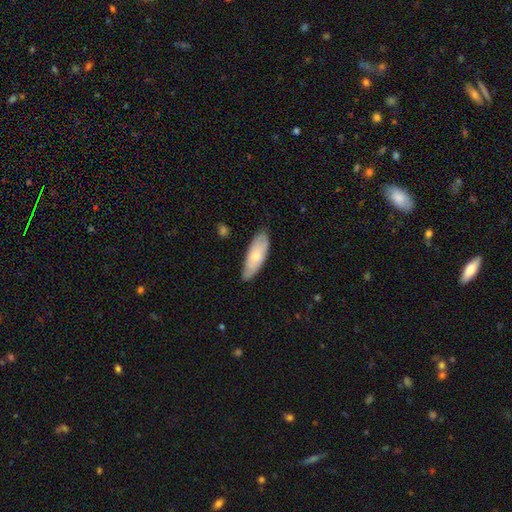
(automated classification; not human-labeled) Smooth or featured?
  - smooth: 67% *
  - featured or disk: 28%
  - star or artifact: 5%
How rounded?
  - in between: 71% *
  - cigar-shaped: 27%
  - round: 2%
Merging?
  - none: 75% *
  - minor disturbance: 20%
  - major disturbance: 3%
  - merger: 1%